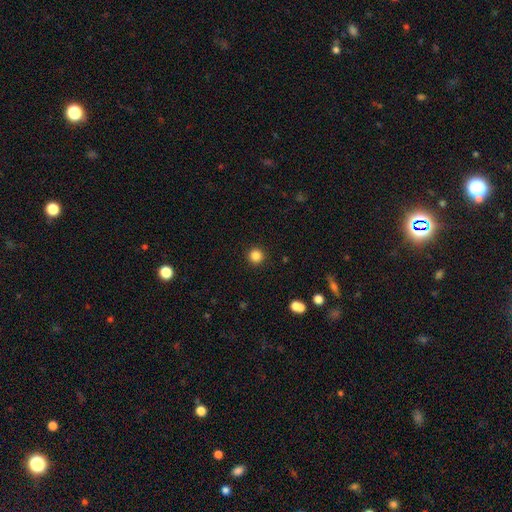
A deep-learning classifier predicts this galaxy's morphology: type=smooth (85%); roundness=round (95%); merging=none (92%).